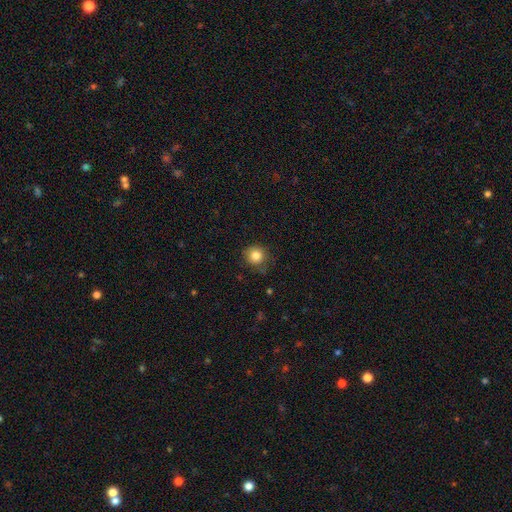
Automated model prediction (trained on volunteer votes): smooth 84%, star or artifact 11%, featured or disk 6%. Down the decision tree: how rounded — round (89%); merging — none (76%).